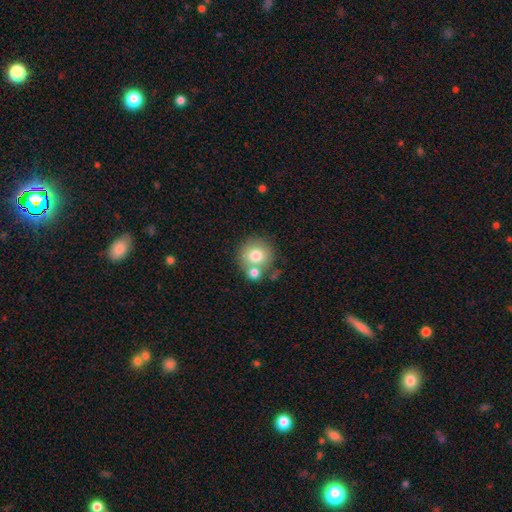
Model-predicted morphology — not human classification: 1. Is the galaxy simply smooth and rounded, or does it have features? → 75% smooth, 15% featured or disk, 10% star or artifact.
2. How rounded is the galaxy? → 91% round, 8% in between, 1% cigar-shaped.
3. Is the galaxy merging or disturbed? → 61% none, 26% merger, 9% minor disturbance, 3% major disturbance.